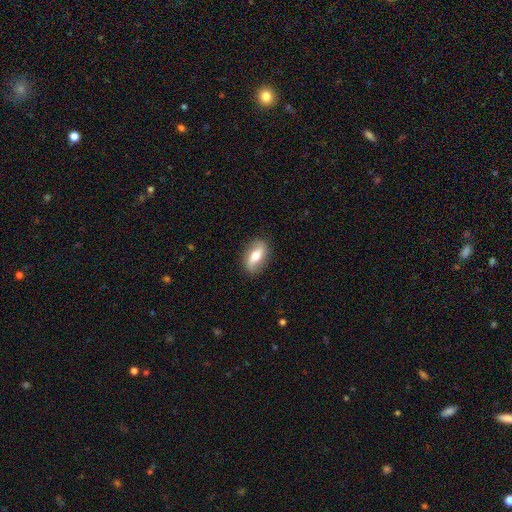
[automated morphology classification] Smooth or featured? smooth (47%)
Merging? none (85%)